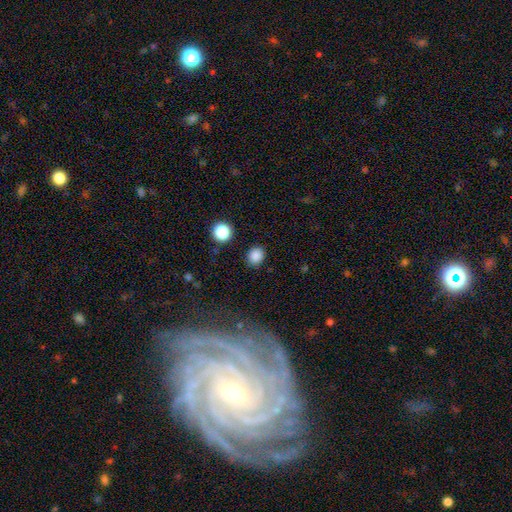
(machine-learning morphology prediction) Smooth or featured? smooth (85%)
How rounded? round (63%)
Merging? none (87%)